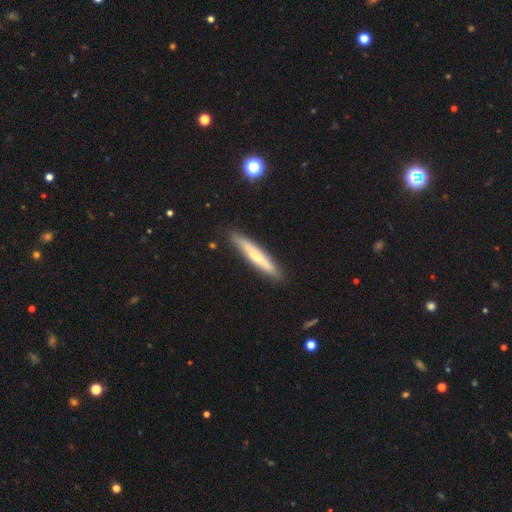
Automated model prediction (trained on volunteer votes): Smooth or featured? Predicted: smooth (p=0.59). How rounded? Predicted: cigar-shaped (p=0.94). Merging? Predicted: none (p=0.87).